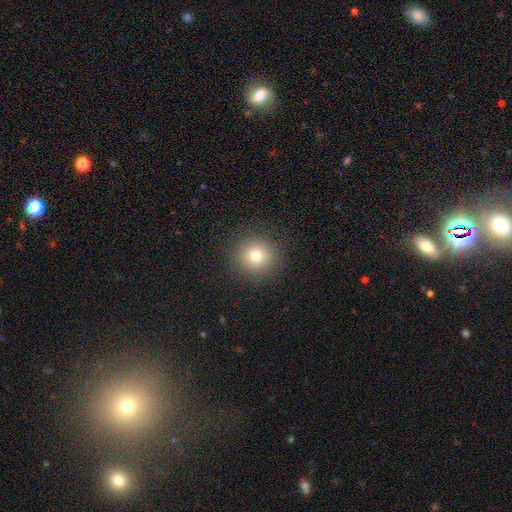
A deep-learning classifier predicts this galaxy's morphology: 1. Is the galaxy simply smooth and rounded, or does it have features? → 77% smooth, 14% star or artifact, 9% featured or disk.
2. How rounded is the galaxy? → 94% round, 5% in between, 1% cigar-shaped.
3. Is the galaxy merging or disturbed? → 91% none, 6% minor disturbance, 3% major disturbance, 1% merger.